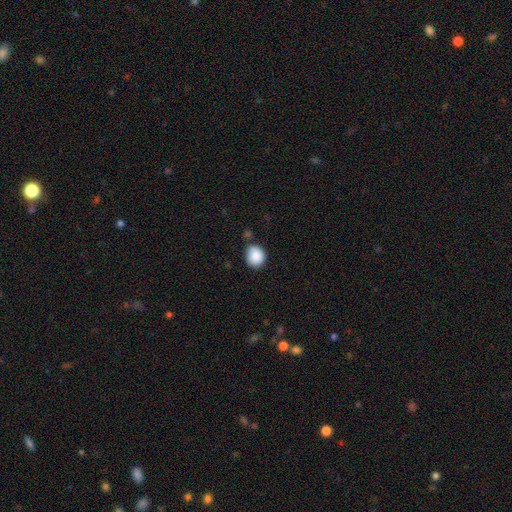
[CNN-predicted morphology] smooth-or-featured: smooth: 88% | star or artifact: 8% | featured or disk: 4%
  how-rounded: round: 74% | in between: 25% | cigar-shaped: 1%
  merging: none: 73% | minor disturbance: 18% | merger: 5% | major disturbance: 4%